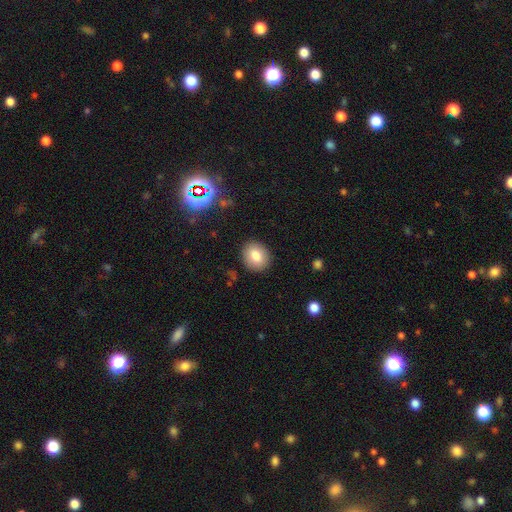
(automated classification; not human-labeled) smooth 79%, featured or disk 11%, star or artifact 10%. Down the decision tree: how rounded — round (64%); merging — none (89%).